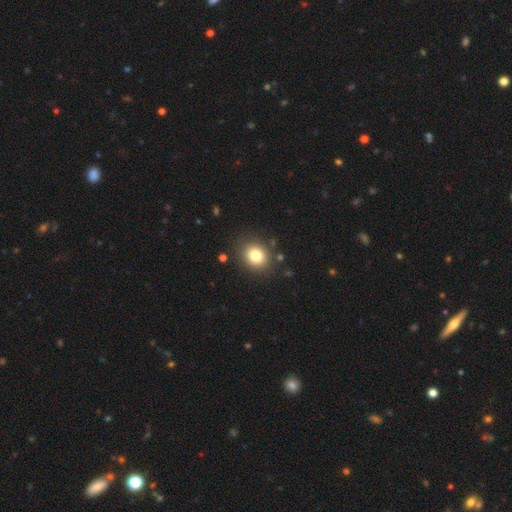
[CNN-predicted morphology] smooth 81%, star or artifact 11%, featured or disk 8%. Down the decision tree: how rounded — round (64%); merging — none (85%).